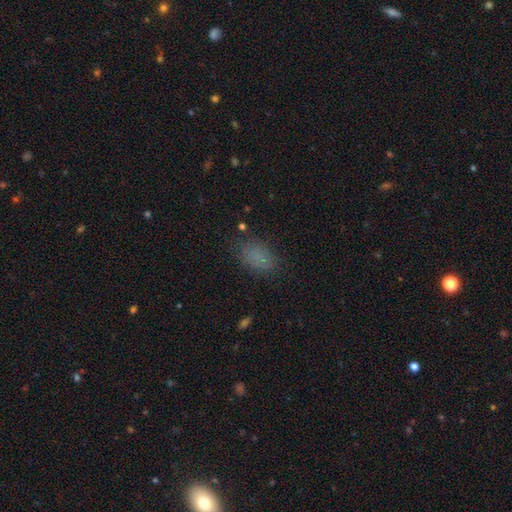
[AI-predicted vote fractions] Smooth or featured: smooth — 80% (star or artifact — 14%)
How rounded: in between — 88% (round — 10%)
Merging: none — 79% (minor disturbance — 14%)